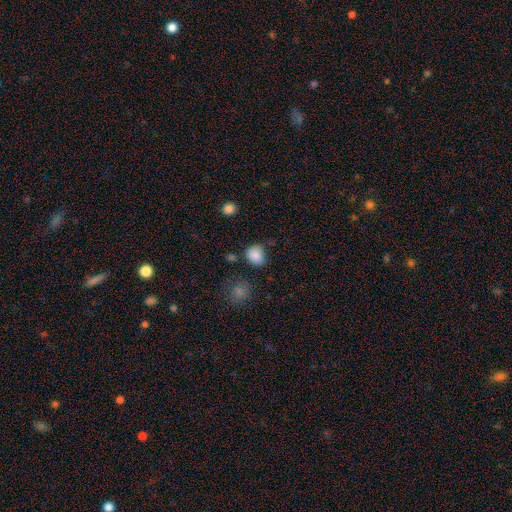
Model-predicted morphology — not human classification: type=smooth (85%); roundness=round (70%); merging=none (66%).